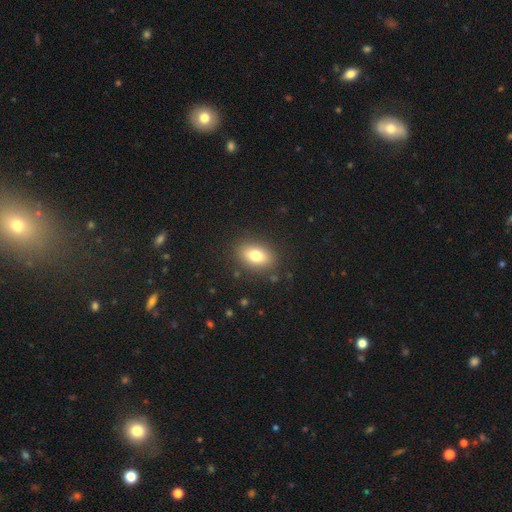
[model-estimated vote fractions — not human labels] A smooth galaxy with no disk features (76%) that is in between round and cigar-shaped (82%). Merging: none (86%).